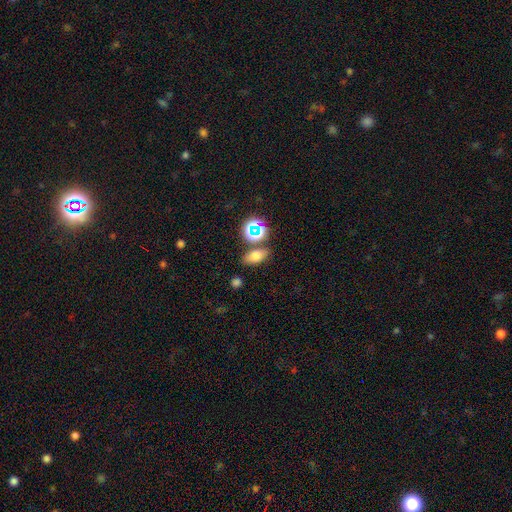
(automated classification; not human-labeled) Smooth or featured: smooth — 69% (star or artifact — 19%)
How rounded: in between — 82% (round — 13%)
Merging: none — 76% (minor disturbance — 11%)